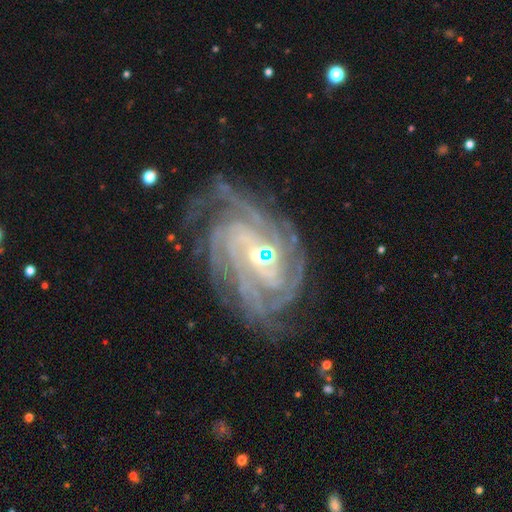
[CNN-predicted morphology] featured or disk 90%, star or artifact 6%, smooth 4%. Down the decision tree: edge-on disk — no (97%); bar — weak (40%); spiral arms — yes (98%); spiral arm count — 4 (33%); spiral winding — tight (73%); bulge size — small (52%); merging — none (70%).